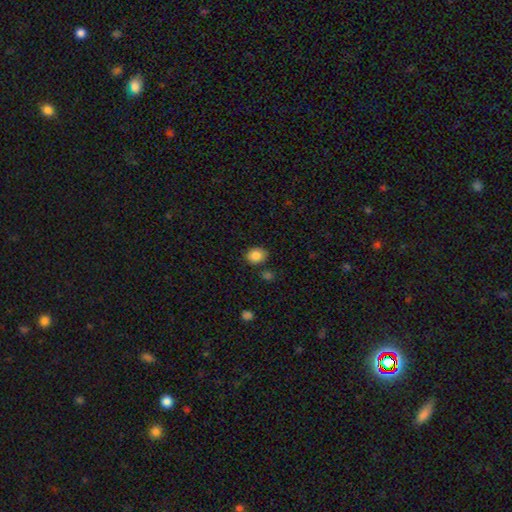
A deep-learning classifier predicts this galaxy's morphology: A smooth galaxy with no disk features (85%) that is round (58%). Merging: none (80%).